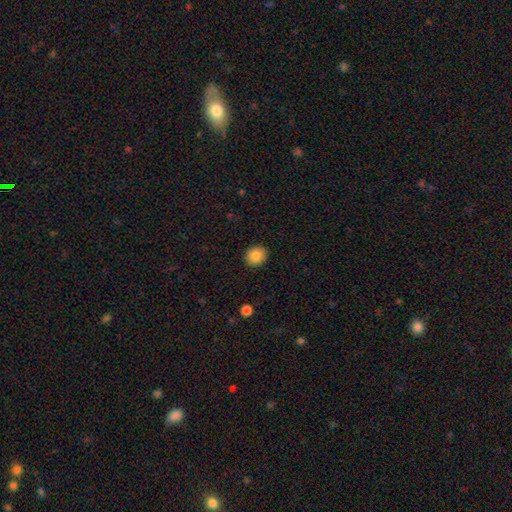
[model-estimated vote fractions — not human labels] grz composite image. It shows a smooth galaxy with no disk features (85%) that is round (81%). Merging: none (91%).